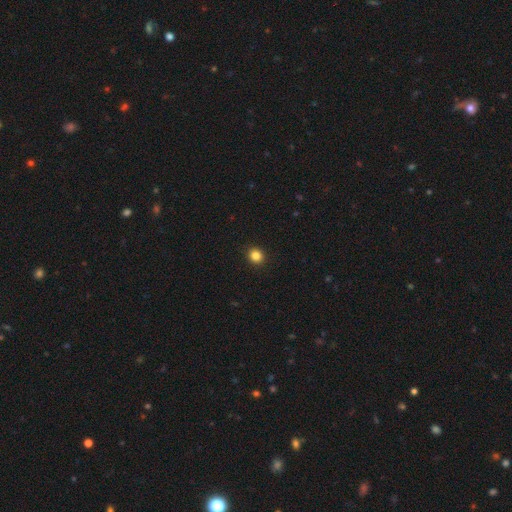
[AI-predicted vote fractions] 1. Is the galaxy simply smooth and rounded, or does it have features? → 85% smooth, 11% star or artifact, 4% featured or disk.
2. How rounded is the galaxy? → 83% round, 16% in between, 1% cigar-shaped.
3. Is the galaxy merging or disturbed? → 93% none, 5% minor disturbance, 2% major disturbance, 1% merger.